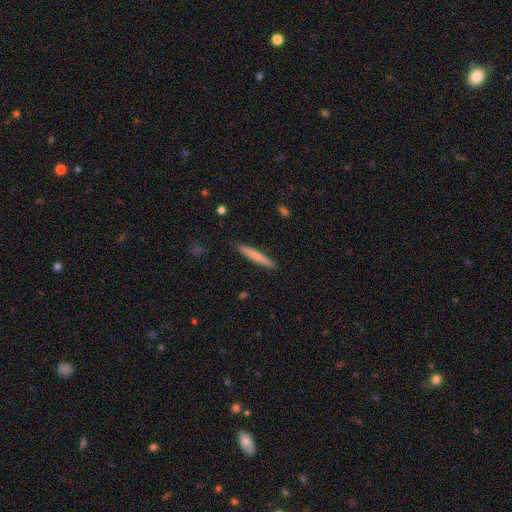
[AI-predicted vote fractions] Smooth or featured: smooth — 72% (featured or disk — 22%)
How rounded: cigar-shaped — 95% (in between — 4%)
Merging: none — 90% (minor disturbance — 7%)